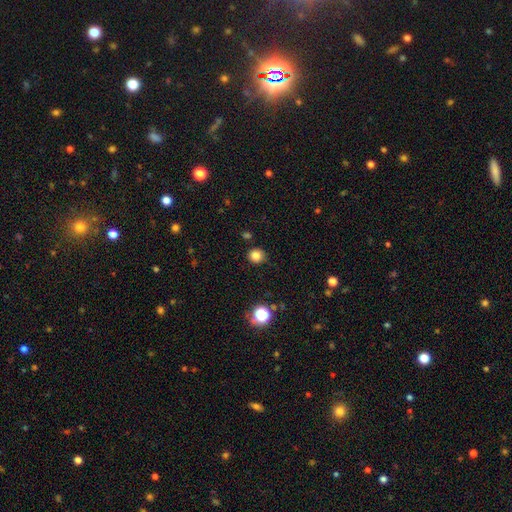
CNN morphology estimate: Smooth or featured: smooth — 81% (star or artifact — 14%)
How rounded: round — 85% (in between — 14%)
Merging: none — 88% (minor disturbance — 8%)